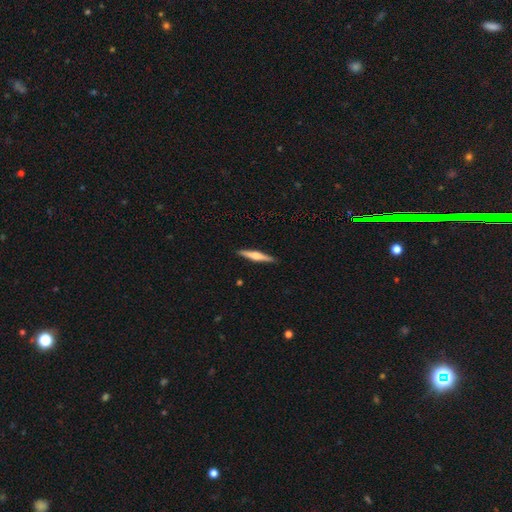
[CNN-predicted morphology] This appears to be a featured or disk galaxy (56%) viewed edge-on (97%) with a rounded central bulge (77%). Merging: none (91%).